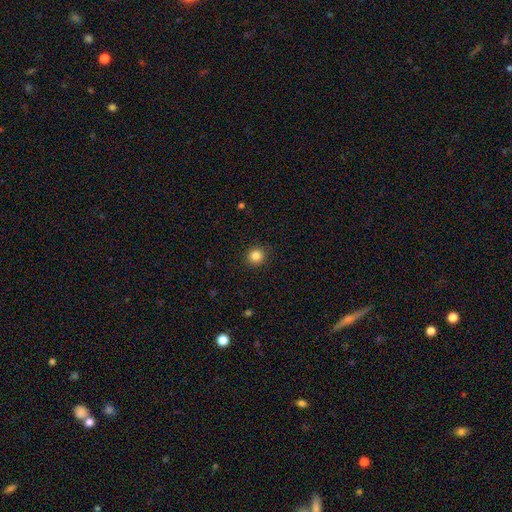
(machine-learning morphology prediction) This appears to be a smooth galaxy with no disk features (85%) that is round (87%). Merging: none (91%).